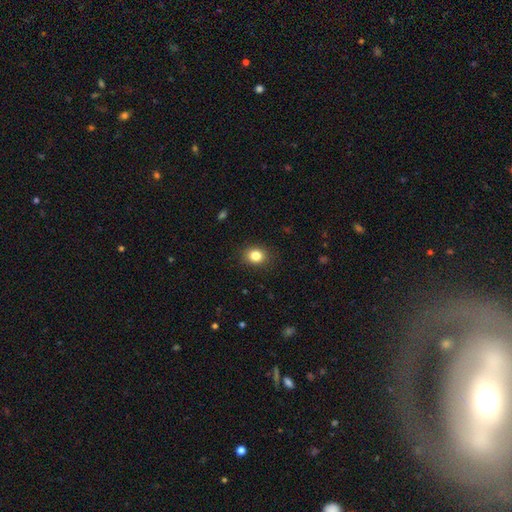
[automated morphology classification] This appears to be a smooth galaxy with no disk features (84%) that is round (62%). Merging: none (88%).